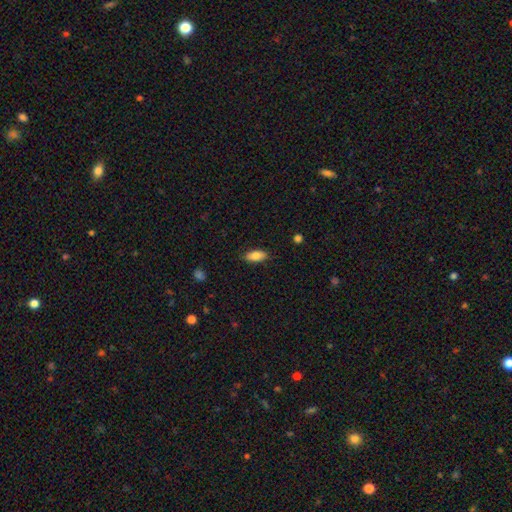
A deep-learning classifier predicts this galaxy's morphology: Smooth or featured? smooth (84%)
How rounded? in between (88%)
Merging? none (86%)